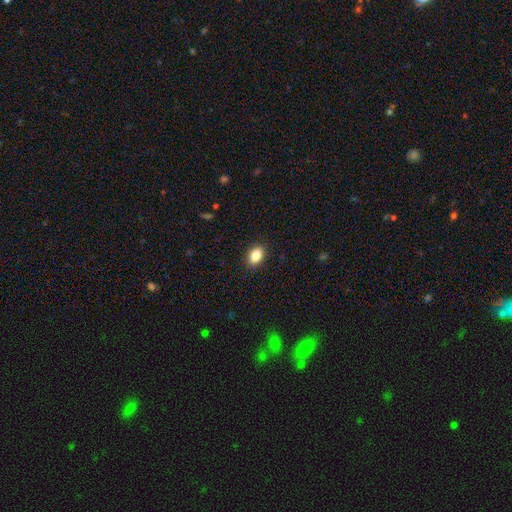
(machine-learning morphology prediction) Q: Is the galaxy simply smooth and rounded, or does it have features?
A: smooth — 85%.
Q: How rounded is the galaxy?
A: in between — 81%.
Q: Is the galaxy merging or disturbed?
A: none — 89%.